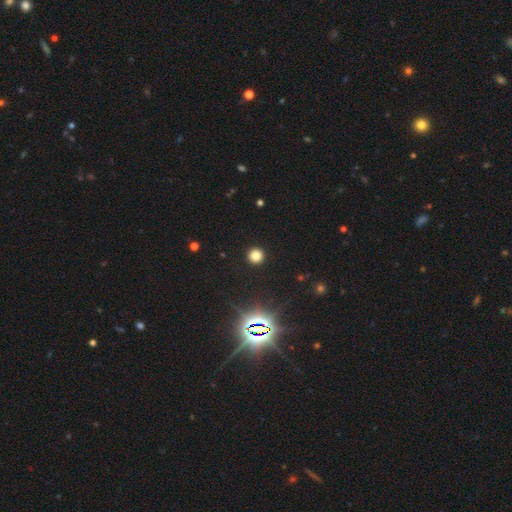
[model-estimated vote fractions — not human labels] This appears to be a smooth galaxy with no disk features (78%) that is round (95%). Merging: none (93%).